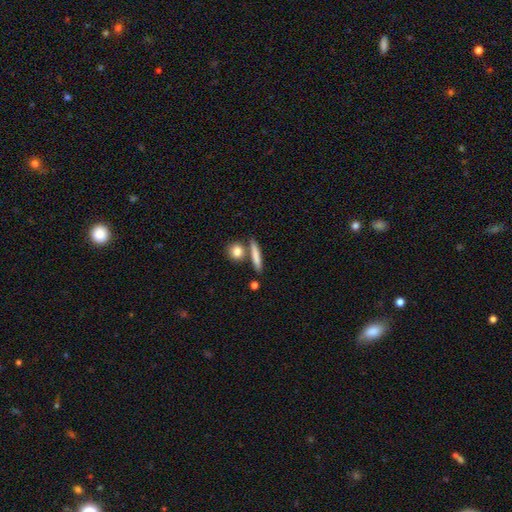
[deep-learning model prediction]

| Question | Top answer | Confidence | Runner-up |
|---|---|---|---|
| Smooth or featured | smooth | 78% | featured or disk (15%) |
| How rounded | cigar-shaped | 71% | in between (16%) |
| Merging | none | 76% | merger (12%) |